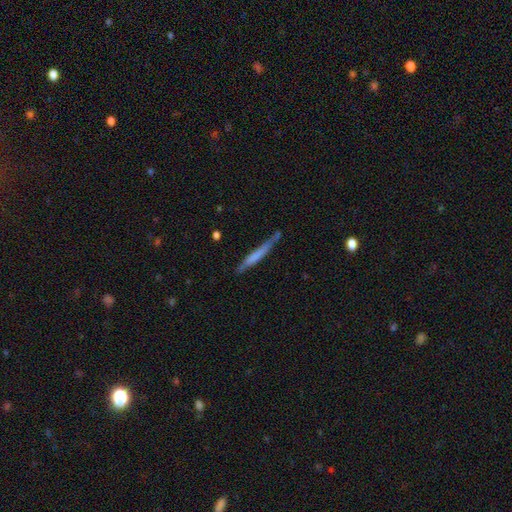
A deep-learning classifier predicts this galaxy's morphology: smooth-or-featured: smooth: 56% | featured or disk: 38% | star or artifact: 6%
  how-rounded: cigar-shaped: 96% | in between: 3% | round: 1%
  merging: none: 66% | minor disturbance: 24% | major disturbance: 6% | merger: 4%